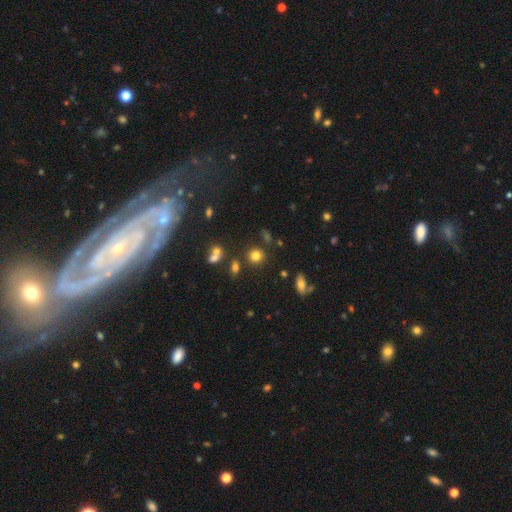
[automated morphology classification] type=smooth (78%); roundness=round (84%); merging=none (80%).